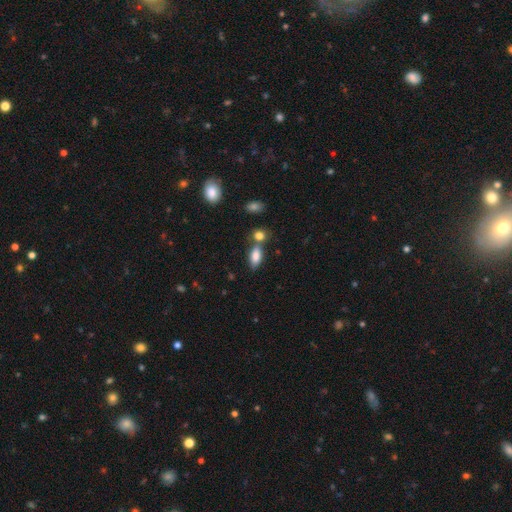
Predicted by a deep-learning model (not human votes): Q: Smooth or featured?
A: smooth (84%); runner-up: star or artifact (8%)
Q: How rounded?
A: in between (87%); runner-up: cigar-shaped (8%)
Q: Merging?
A: none (56%); runner-up: merger (27%)